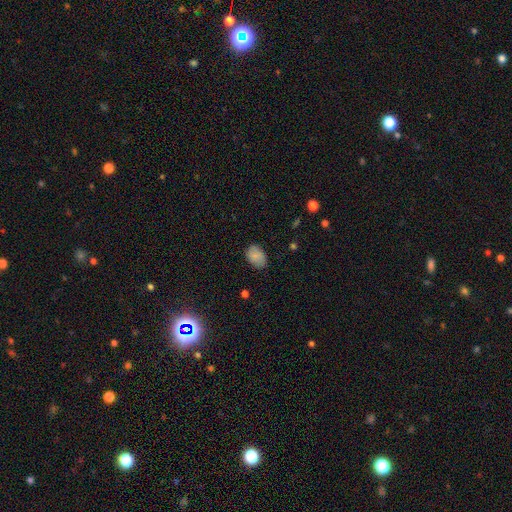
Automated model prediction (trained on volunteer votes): smooth-or-featured: smooth: 83% | featured or disk: 9% | star or artifact: 8%
  how-rounded: in between: 81% | round: 18% | cigar-shaped: 1%
  merging: none: 78% | minor disturbance: 18% | major disturbance: 3% | merger: 1%